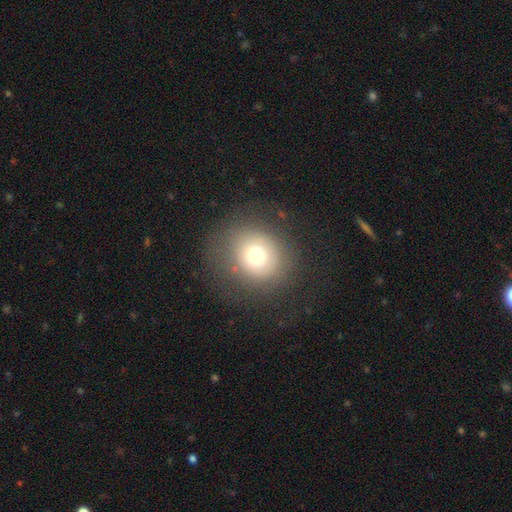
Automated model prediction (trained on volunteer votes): This is likely a smooth galaxy (69%). How rounded: clearly round (81%). Merging: likely none (74%).